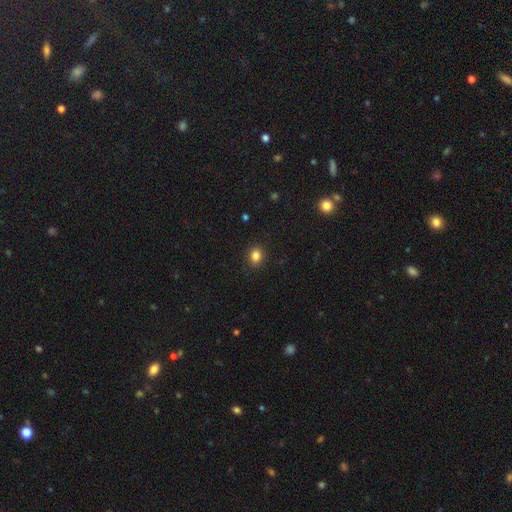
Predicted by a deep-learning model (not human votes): smooth 84%, star or artifact 11%, featured or disk 4%. Down the decision tree: how rounded — round (67%); merging — none (90%).